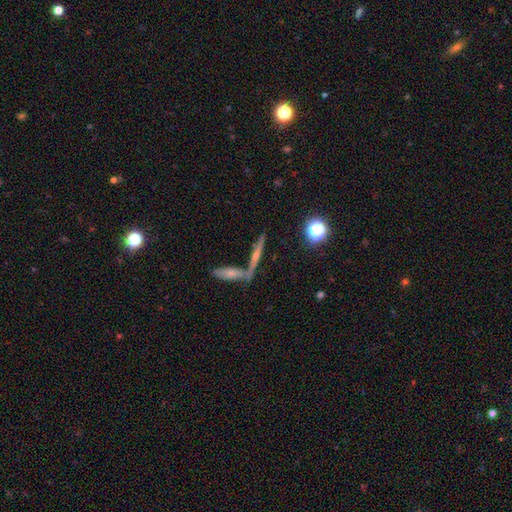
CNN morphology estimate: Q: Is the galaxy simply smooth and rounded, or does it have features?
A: featured or disk — 63%.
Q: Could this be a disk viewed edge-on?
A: yes — 93%.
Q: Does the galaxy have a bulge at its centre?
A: rounded — 80%.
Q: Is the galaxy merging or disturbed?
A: none — 62%.